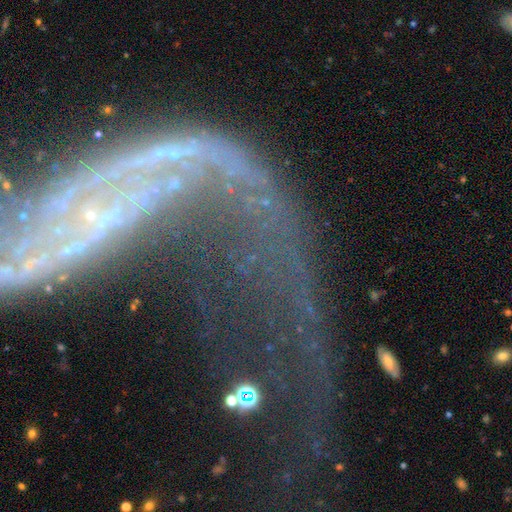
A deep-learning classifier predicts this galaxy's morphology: Smooth or featured?
  - featured or disk: 56% *
  - star or artifact: 29%
  - smooth: 15%
Edge-on disk?
  - no: 84% *
  - yes: 16%
Merging?
  - major disturbance: 39% *
  - none: 33%
  - merger: 15%
  - minor disturbance: 14%